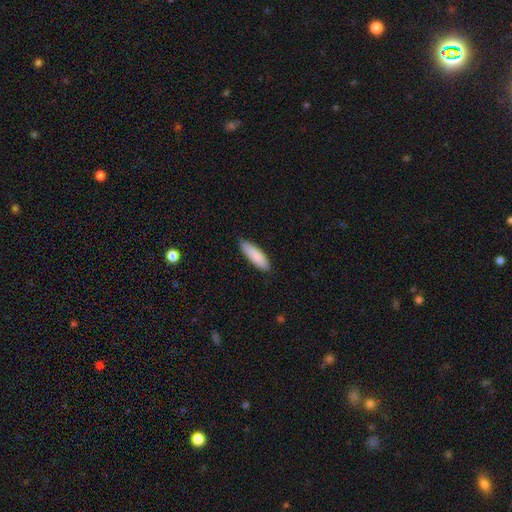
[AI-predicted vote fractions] This is clearly a smooth galaxy (88%). How rounded: possibly cigar-shaped (53%). Merging: clearly none (85%).